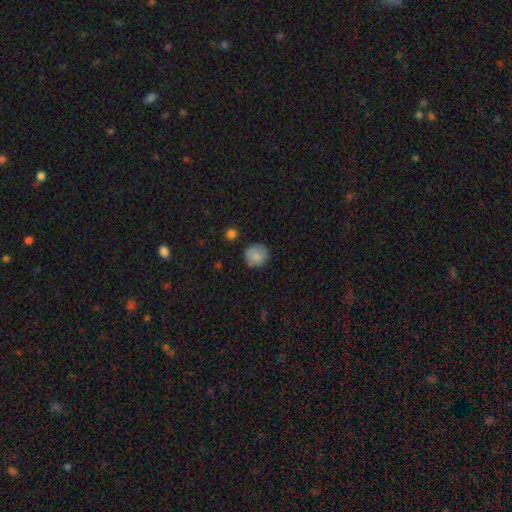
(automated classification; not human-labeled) Smooth or featured: smooth — 83% (featured or disk — 9%)
How rounded: round — 88% (in between — 11%)
Merging: none — 79% (minor disturbance — 15%)